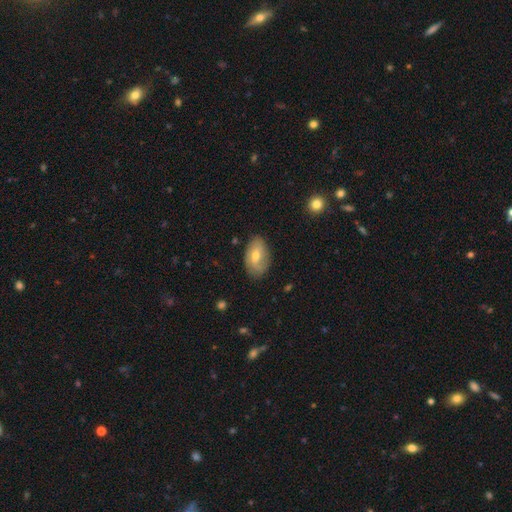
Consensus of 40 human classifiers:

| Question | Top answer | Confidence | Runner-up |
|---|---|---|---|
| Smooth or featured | smooth | 62% | featured or disk (32%) |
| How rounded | in between | 96% | round (4%) |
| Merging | none | 68% | minor disturbance (29%) |